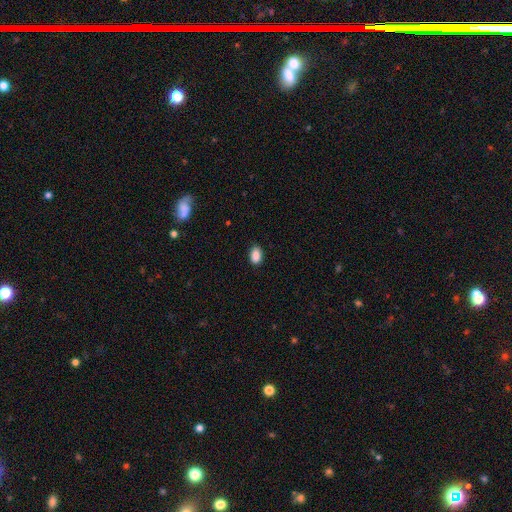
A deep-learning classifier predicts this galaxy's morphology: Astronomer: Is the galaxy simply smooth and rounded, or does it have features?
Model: smooth — 89%.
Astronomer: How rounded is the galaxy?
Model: in between — 89%.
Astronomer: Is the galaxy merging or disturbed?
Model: none — 85%.